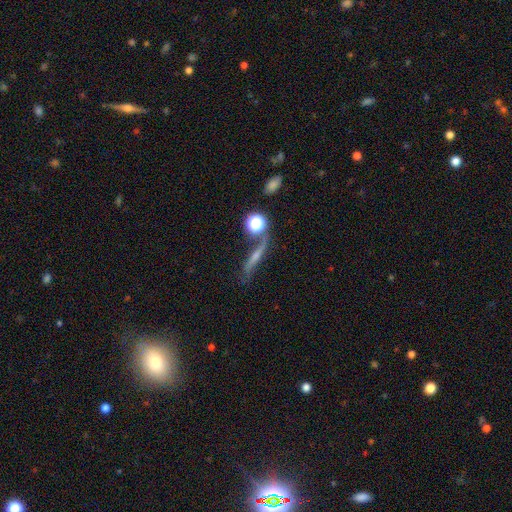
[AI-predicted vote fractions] This is possibly a featured or disk galaxy (60%). It is possibly viewed edge-on (56%). Merging: possibly none (54%).